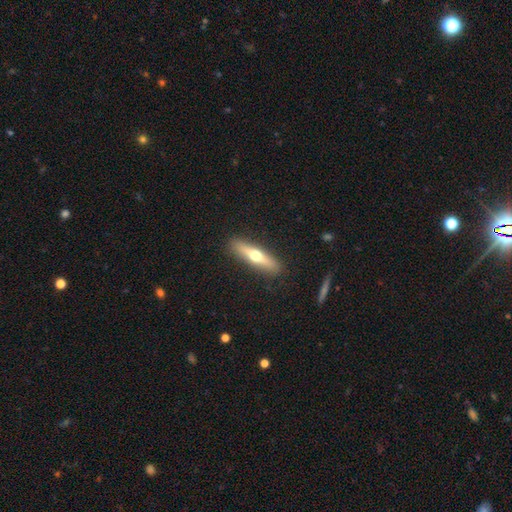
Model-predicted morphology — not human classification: smooth_or_featured: featured or disk (p=0.50) [alt: smooth p=0.44]
merging: none (p=0.90) [alt: minor disturbance p=0.07]